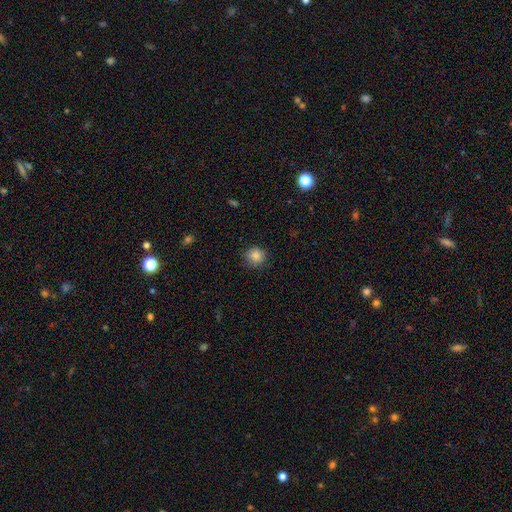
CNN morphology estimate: smooth_or_featured: smooth (p=0.85) [alt: star or artifact p=0.11]
how_rounded: round (p=0.91) [alt: in between p=0.08]
merging: none (p=0.86) [alt: minor disturbance p=0.10]